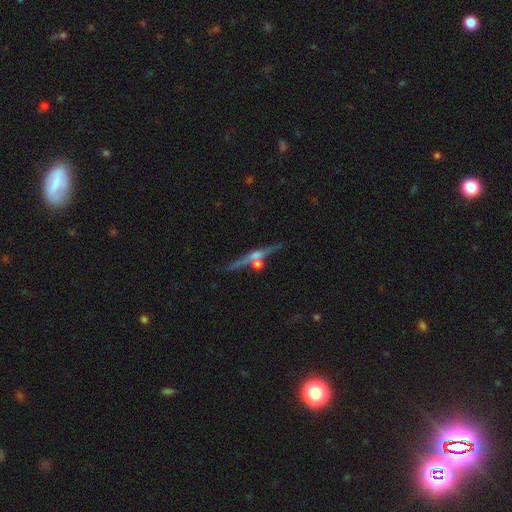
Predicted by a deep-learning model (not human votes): featured or disk 74%, smooth 16%, star or artifact 10%. Down the decision tree: edge-on disk — yes (96%); edge-on bulge — rounded (80%); merging — none (76%).